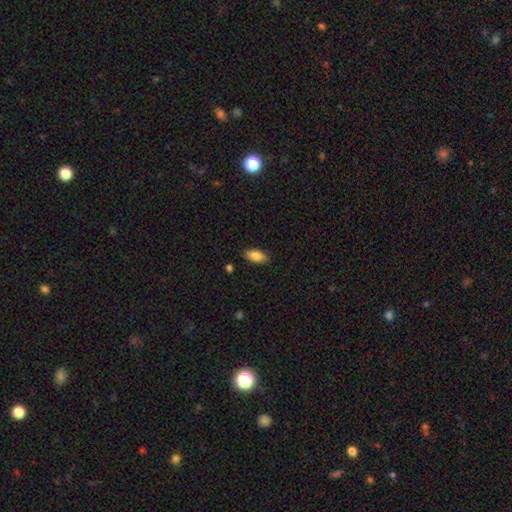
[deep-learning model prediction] The model was most divided on "merging": none: 87%, minor disturbance: 10%, major disturbance: 2%, merger: 1%. More confident: how rounded — in between (91%); smooth or featured — smooth (86%).